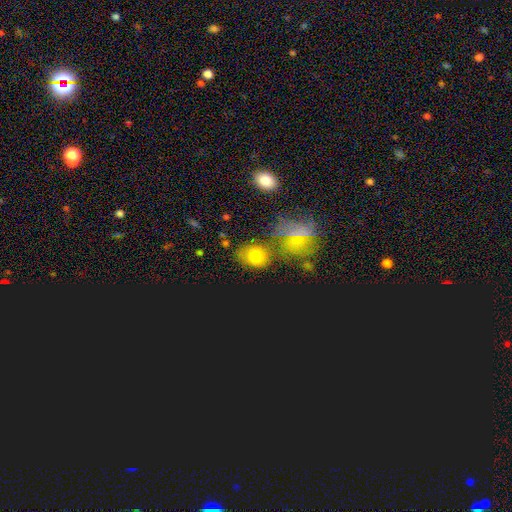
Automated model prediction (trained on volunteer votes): A smooth galaxy with no disk features (62%) that is round (50%).

Vote fractions:
- Smooth or featured? smooth: 62% / star or artifact: 26% / featured or disk: 12%
- How rounded? round: 50% / in between: 48% / cigar-shaped: 2%
- Merging? none: 65% / minor disturbance: 14% / merger: 14% / major disturbance: 7%